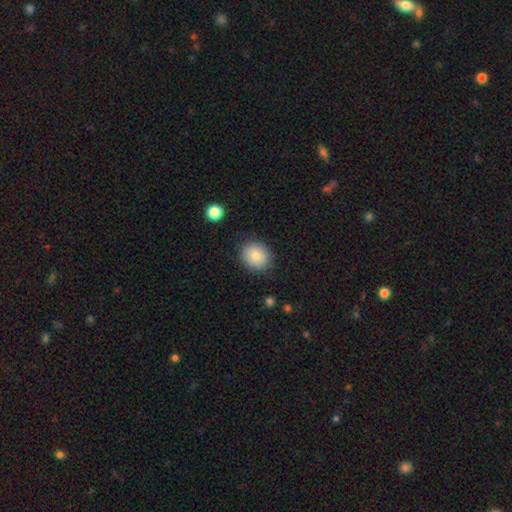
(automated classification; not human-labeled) Smooth or featured? smooth (83%)
How rounded? round (78%)
Merging? none (86%)